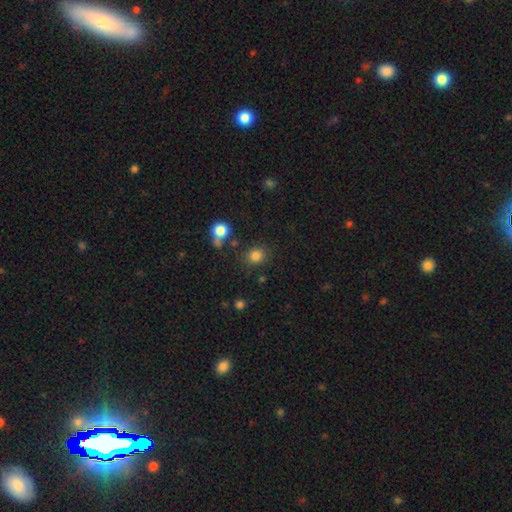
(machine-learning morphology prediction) Smooth or featured?
  - smooth: 82% *
  - star or artifact: 13%
  - featured or disk: 5%
How rounded?
  - round: 77% *
  - in between: 22%
  - cigar-shaped: 1%
Merging?
  - none: 80% *
  - minor disturbance: 10%
  - merger: 6%
  - major disturbance: 4%